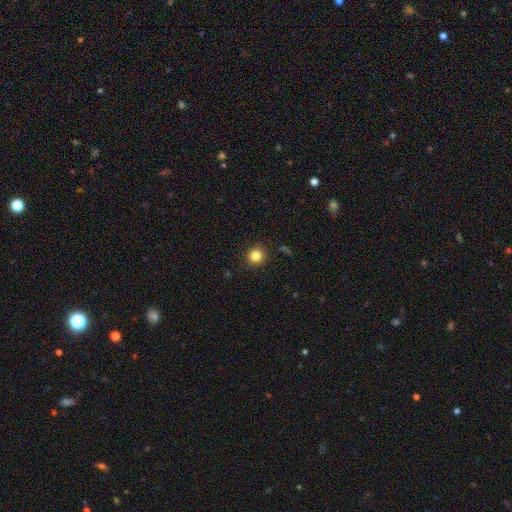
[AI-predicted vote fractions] This appears to be a smooth galaxy with no disk features (83%) that is round (90%). Merging: none (89%).